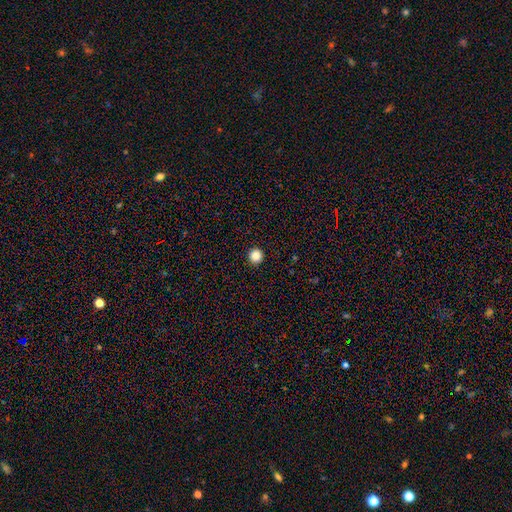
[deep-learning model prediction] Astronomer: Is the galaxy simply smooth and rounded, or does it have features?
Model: smooth — 87%.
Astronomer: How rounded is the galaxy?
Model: round — 96%.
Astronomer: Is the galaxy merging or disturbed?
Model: none — 94%.